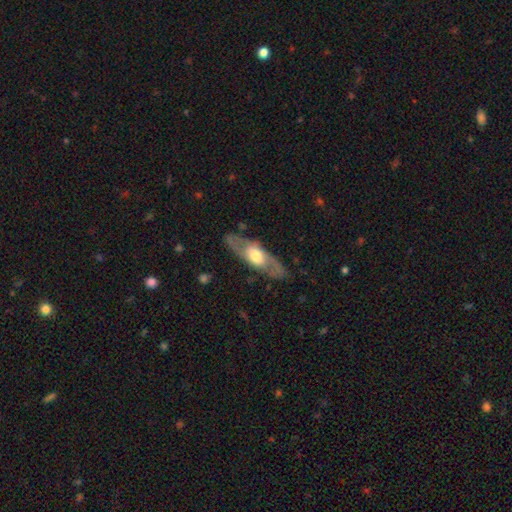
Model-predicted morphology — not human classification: This is likely a featured or disk galaxy (65%). It is likely not viewed edge-on (67%). Merging: likely none (80%).